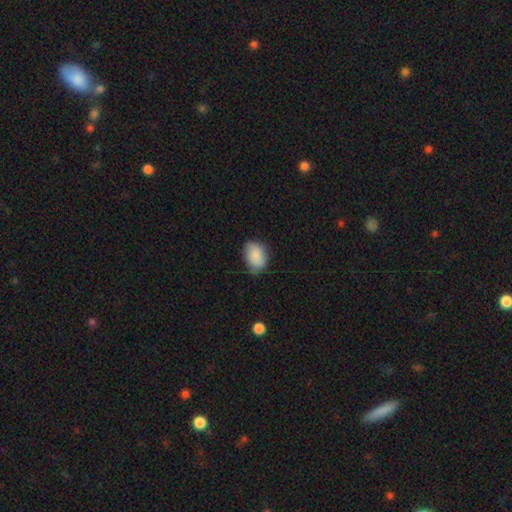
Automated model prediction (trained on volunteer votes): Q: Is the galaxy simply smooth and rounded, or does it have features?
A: smooth — 86%.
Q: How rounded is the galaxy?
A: in between — 77%.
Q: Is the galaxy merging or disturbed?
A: none — 67%.